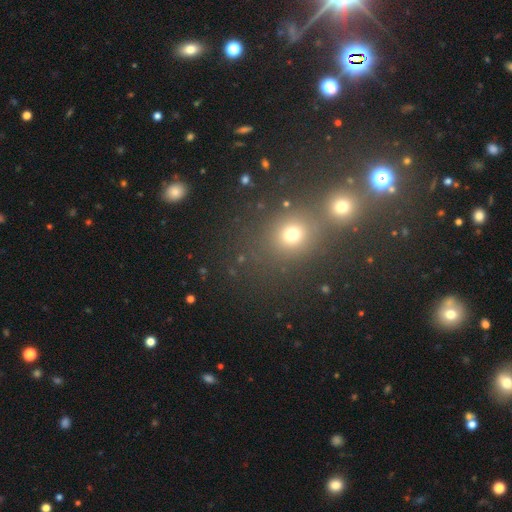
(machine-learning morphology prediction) star or artifact 49%, smooth 43%, featured or disk 9%.